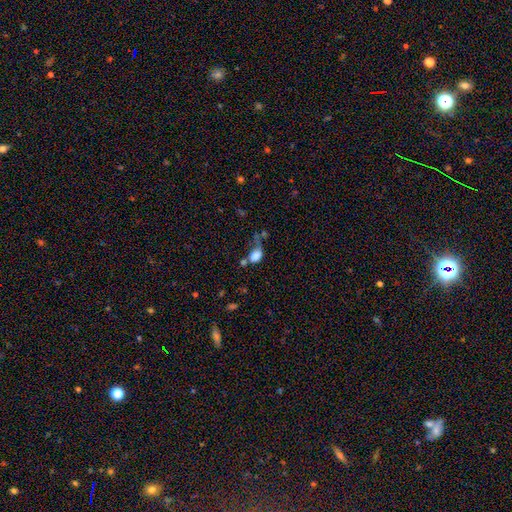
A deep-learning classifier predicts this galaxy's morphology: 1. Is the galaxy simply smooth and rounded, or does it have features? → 78% smooth, 11% star or artifact, 11% featured or disk.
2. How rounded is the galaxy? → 77% in between, 21% round, 2% cigar-shaped.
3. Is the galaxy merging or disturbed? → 28% major disturbance, 27% none, 25% merger, 20% minor disturbance.